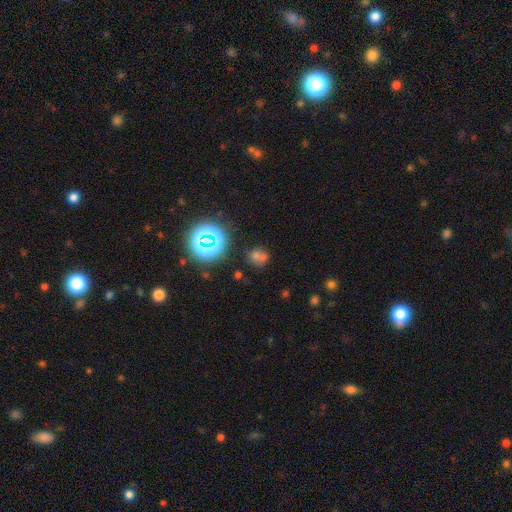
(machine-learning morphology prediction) Smooth or featured? Predicted: smooth (p=0.58). How rounded? Predicted: round (p=0.78). Merging? Predicted: none (p=0.60).